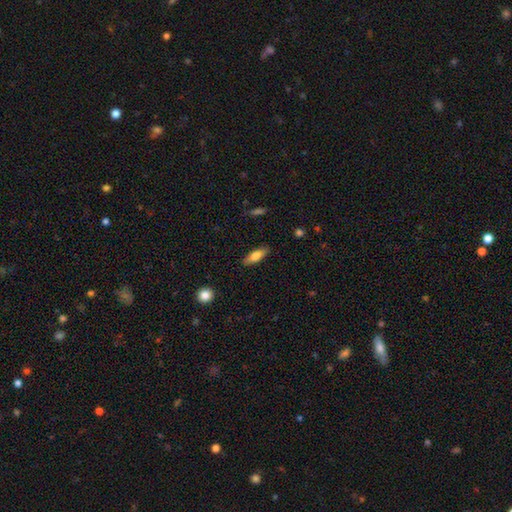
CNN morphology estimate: The model was most divided on "how rounded": in between: 54%, cigar-shaped: 44%, round: 2%. More confident: merging — none (87%); smooth or featured — smooth (70%).